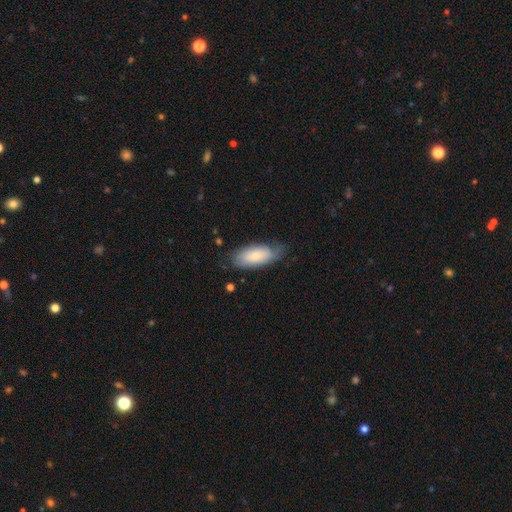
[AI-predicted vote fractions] Smooth or featured? Predicted: smooth (p=0.76). How rounded? Predicted: in between (p=0.85). Merging? Predicted: none (p=0.62).